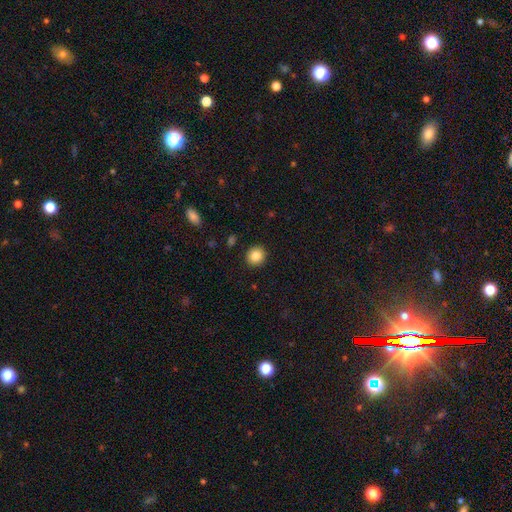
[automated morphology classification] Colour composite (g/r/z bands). It shows a smooth galaxy with no disk features (86%) that is round (88%). Merging: none (91%).